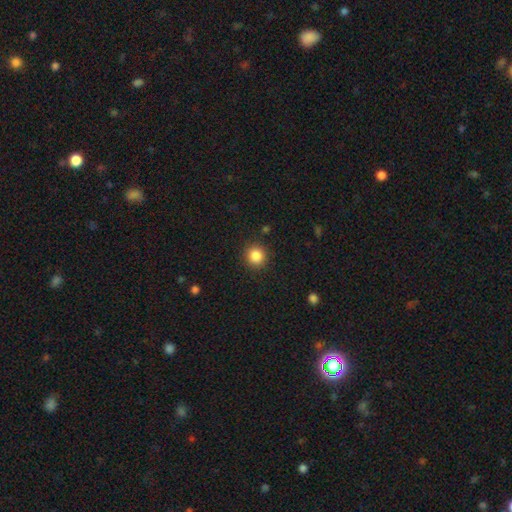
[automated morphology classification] This appears to be a smooth galaxy with no disk features (86%) that is round (92%). Merging: none (90%).